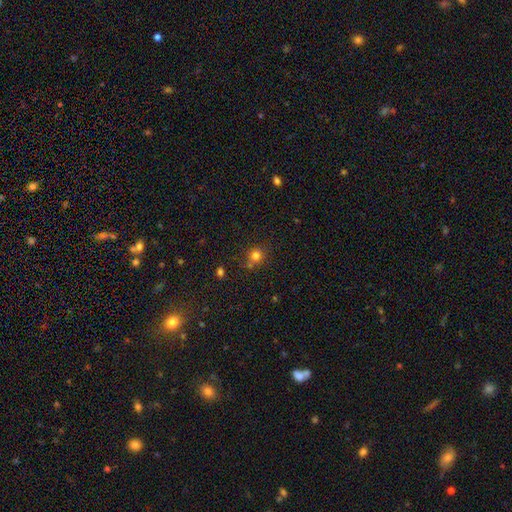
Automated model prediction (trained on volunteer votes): The model was most divided on "merging": none: 70%, merger: 14%, minor disturbance: 12%, major disturbance: 4%. More confident: how rounded — round (88%); smooth or featured — smooth (78%).